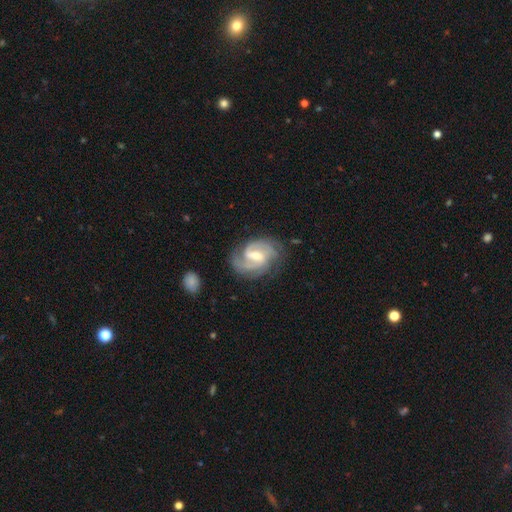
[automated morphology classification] This appears to be a featured or disk galaxy (90%) with a weak bar (57%), 2 (49%) medium (47%) spiral arms (98%) and a moderate central bulge (54%). Merging: none (73%).